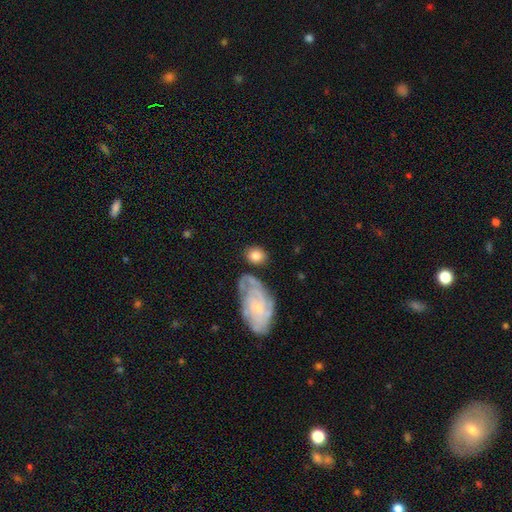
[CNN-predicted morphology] Q: Smooth or featured?
A: smooth (72%); runner-up: featured or disk (22%)
Q: How rounded?
A: round (56%); runner-up: in between (42%)
Q: Merging?
A: none (68%); runner-up: minor disturbance (16%)